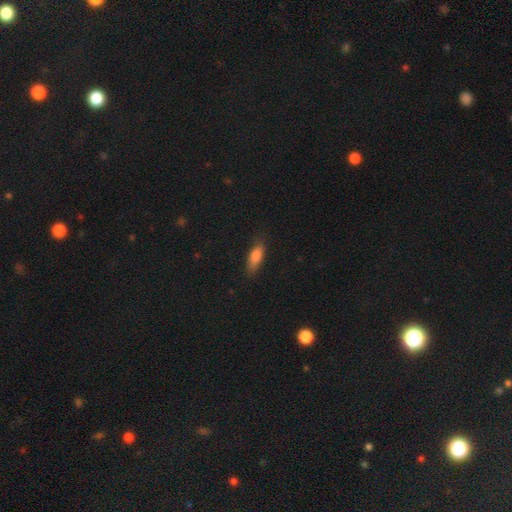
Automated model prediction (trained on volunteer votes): This is clearly a smooth galaxy (83%). How rounded: likely in between (67%). Merging: likely none (77%).